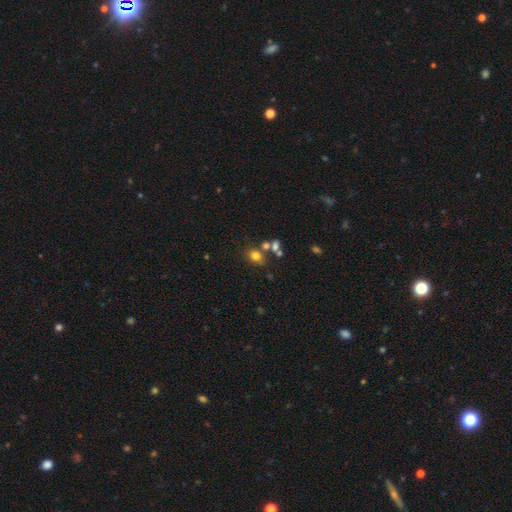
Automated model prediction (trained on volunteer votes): Smooth or featured? Predicted: smooth (p=0.75). How rounded? Predicted: round (p=0.52). Merging? Predicted: none (p=0.63).